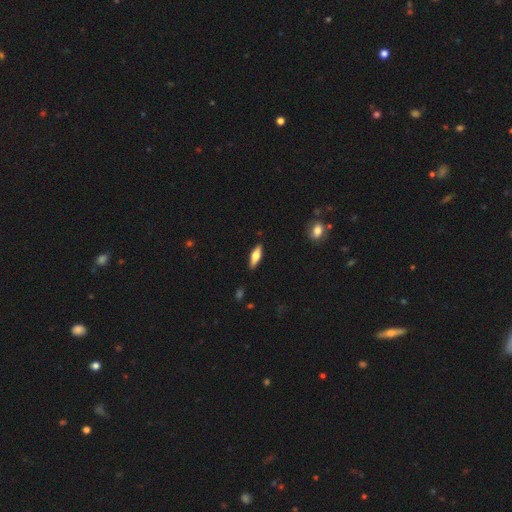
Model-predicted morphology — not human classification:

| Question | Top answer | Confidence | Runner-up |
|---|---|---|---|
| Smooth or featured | smooth | 59% | featured or disk (35%) |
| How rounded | in between | 52% | cigar-shaped (46%) |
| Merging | none | 88% | minor disturbance (9%) |